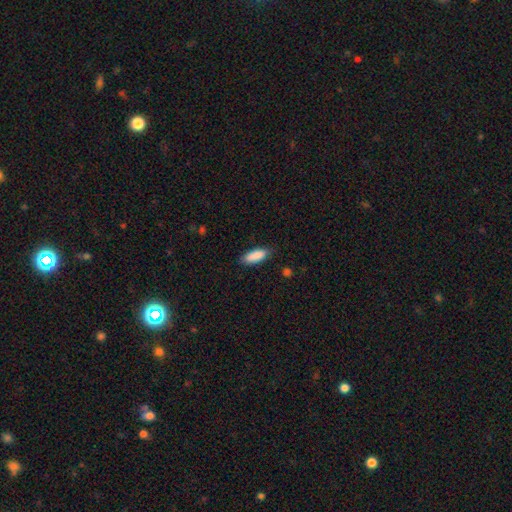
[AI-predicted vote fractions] The model was most divided on "how rounded": in between: 69%, cigar-shaped: 29%, round: 2%. More confident: smooth or featured — smooth (88%); merging — none (80%).